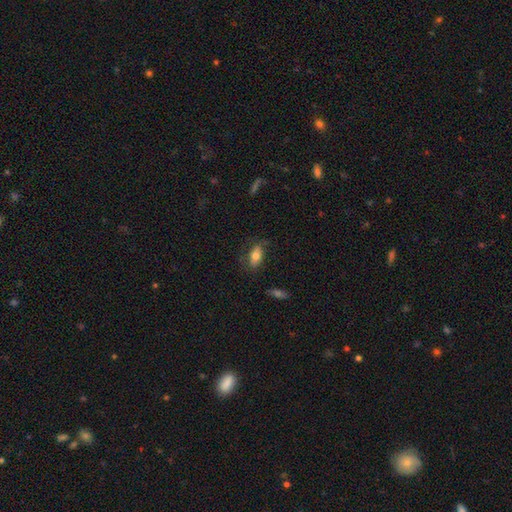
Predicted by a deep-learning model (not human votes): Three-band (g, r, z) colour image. It shows a smooth galaxy with no disk features (72%) that is in between round and cigar-shaped (85%). Merging: none (69%).